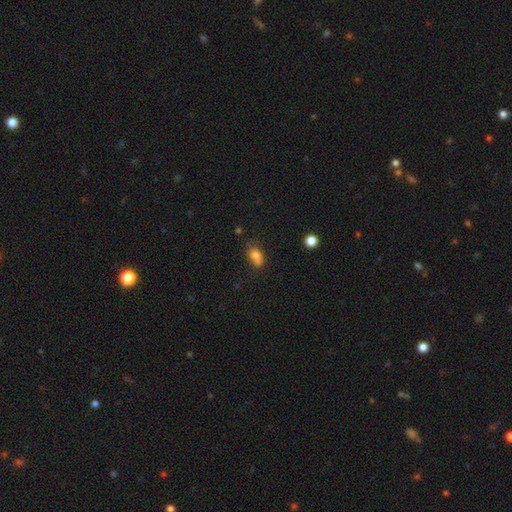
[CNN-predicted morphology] Smooth or featured? Predicted: smooth (p=0.76). How rounded? Predicted: in between (p=0.74). Merging? Predicted: none (p=0.47).